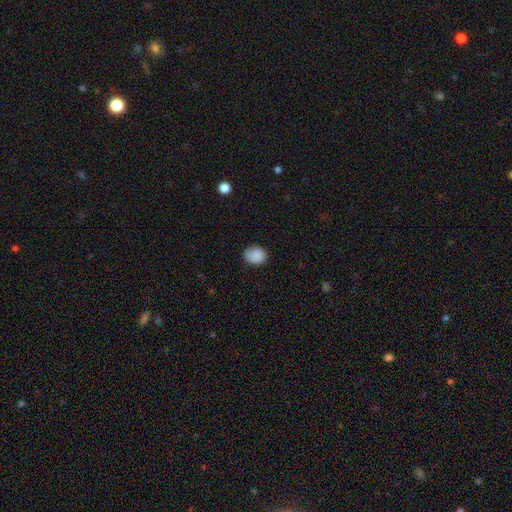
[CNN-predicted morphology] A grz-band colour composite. It shows a smooth galaxy with no disk features (87%) that is round (52%). Merging: none (76%).